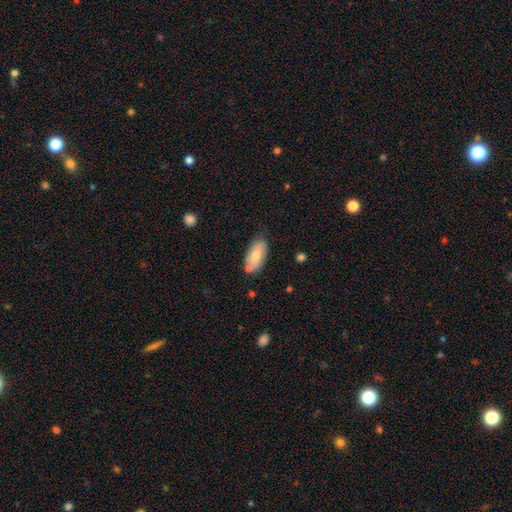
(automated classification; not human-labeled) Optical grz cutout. It shows a smooth galaxy with no disk features (72%) that is in between round and cigar-shaped (90%). Merging: none (71%).